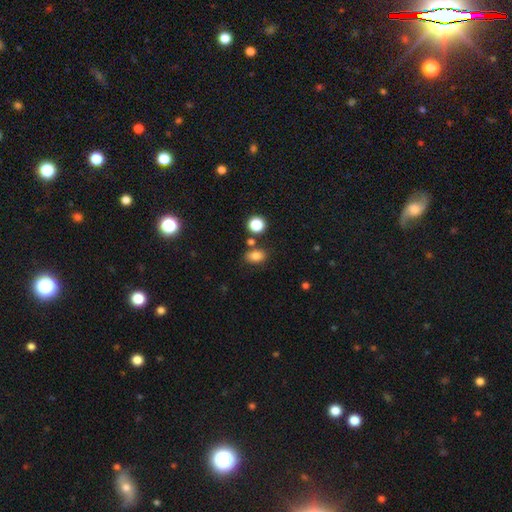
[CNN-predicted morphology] smooth 81%, star or artifact 12%, featured or disk 7%. Down the decision tree: how rounded — in between (76%); merging — none (74%).